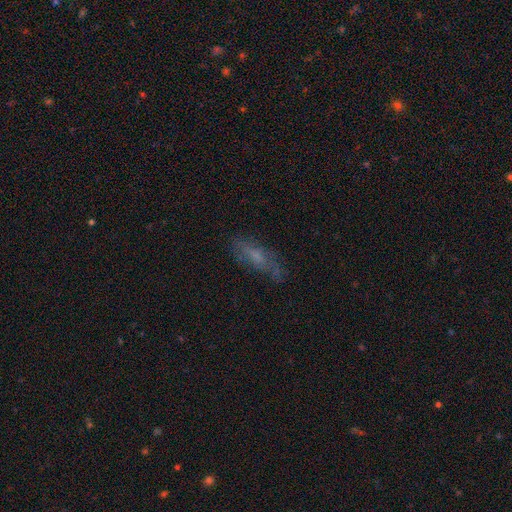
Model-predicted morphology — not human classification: type=smooth (51%); roundness=in between (51%); merging=none (65%).